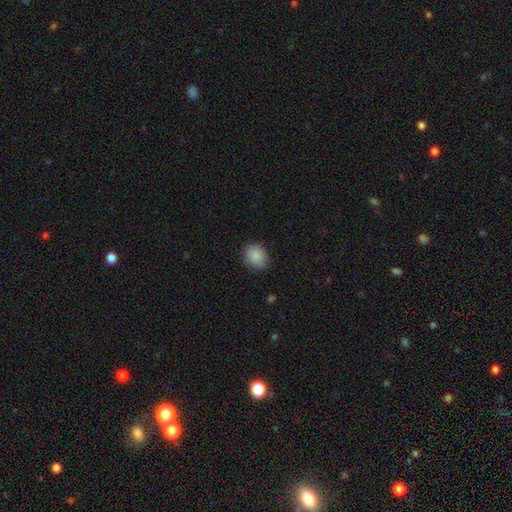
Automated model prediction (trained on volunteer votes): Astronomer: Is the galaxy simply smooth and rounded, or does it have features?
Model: smooth — 88%.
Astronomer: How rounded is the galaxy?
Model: round — 65%.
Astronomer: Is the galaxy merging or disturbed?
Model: none — 84%.